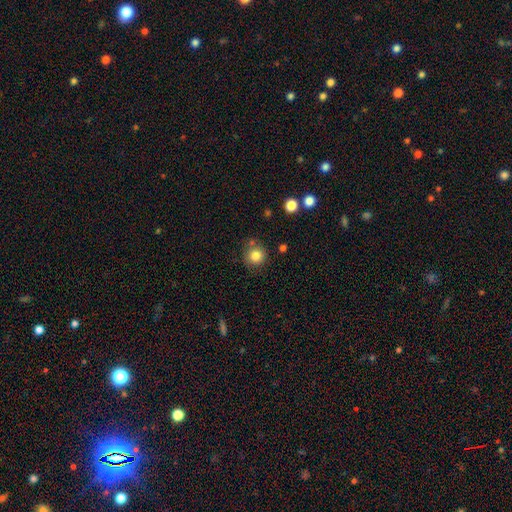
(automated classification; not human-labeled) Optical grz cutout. It shows a smooth galaxy with no disk features (83%) that is round (92%). Merging: none (79%).